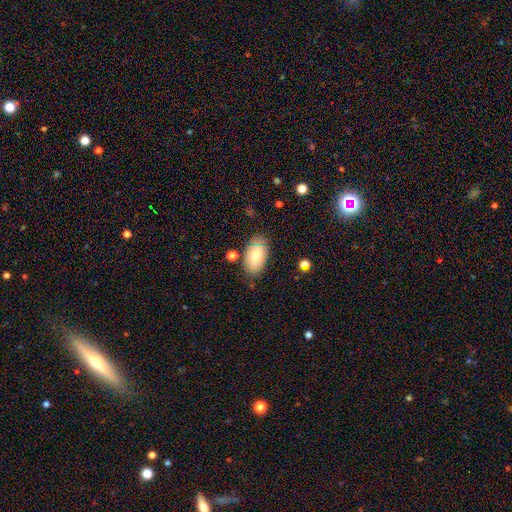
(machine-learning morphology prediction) A smooth galaxy with no disk features (73%) that is in between round and cigar-shaped (93%).

Vote fractions:
- Smooth or featured? smooth: 73% / featured or disk: 20% / star or artifact: 7%
- How rounded? in between: 93% / round: 5% / cigar-shaped: 2%
- Merging? none: 75% / minor disturbance: 17% / major disturbance: 4% / merger: 3%